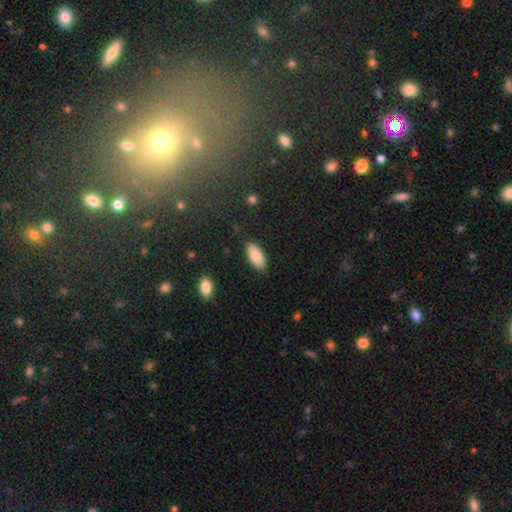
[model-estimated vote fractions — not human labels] Smooth or featured? Predicted: smooth (p=0.82). How rounded? Predicted: in between (p=0.91). Merging? Predicted: none (p=0.87).